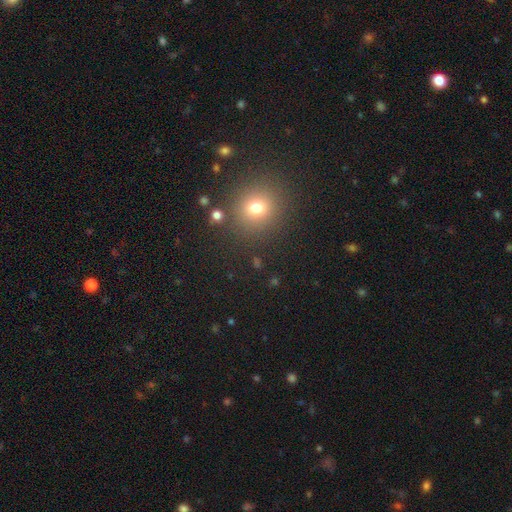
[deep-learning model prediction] smooth_or_featured: smooth (p=0.60) [alt: star or artifact p=0.34]
how_rounded: round (p=0.90) [alt: in between p=0.09]
merging: none (p=0.89) [alt: minor disturbance p=0.06]